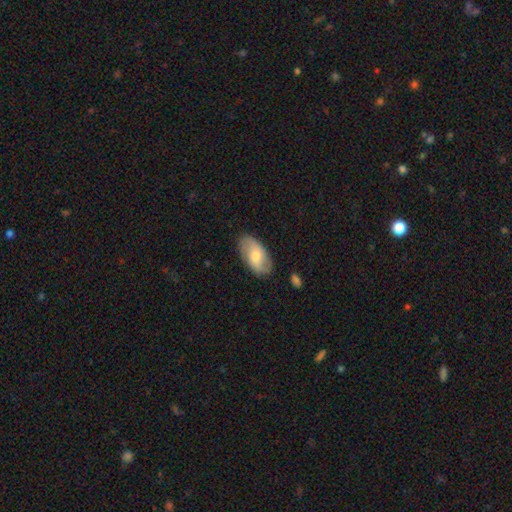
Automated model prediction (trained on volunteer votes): Smooth or featured?
  - smooth: 53% *
  - featured or disk: 41%
  - star or artifact: 6%
How rounded?
  - in between: 93% *
  - round: 4%
  - cigar-shaped: 3%
Merging?
  - none: 81% *
  - minor disturbance: 14%
  - major disturbance: 4%
  - merger: 2%